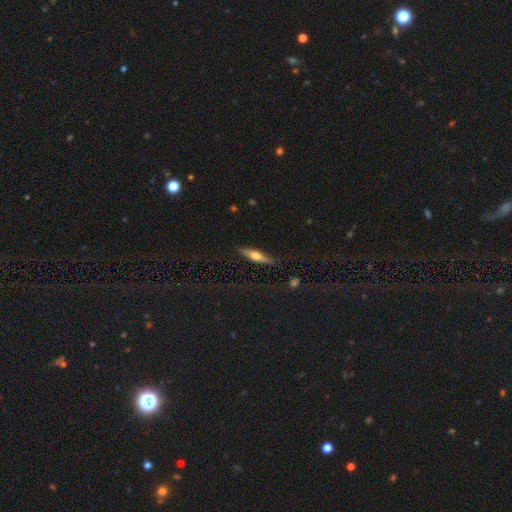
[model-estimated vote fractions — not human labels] The model was most divided on "smooth or featured": featured or disk: 53%, smooth: 40%, star or artifact: 6%. More confident: edge-on disk — yes (94%); edge-on bulge — rounded (89%); merging — none (83%).